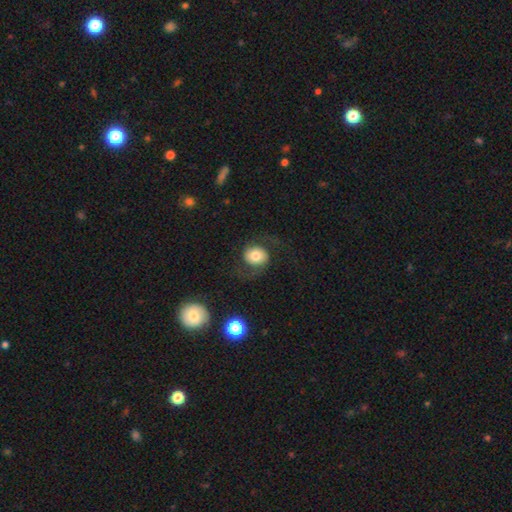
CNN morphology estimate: This is possibly a smooth galaxy (48%). Merging: likely none (67%).